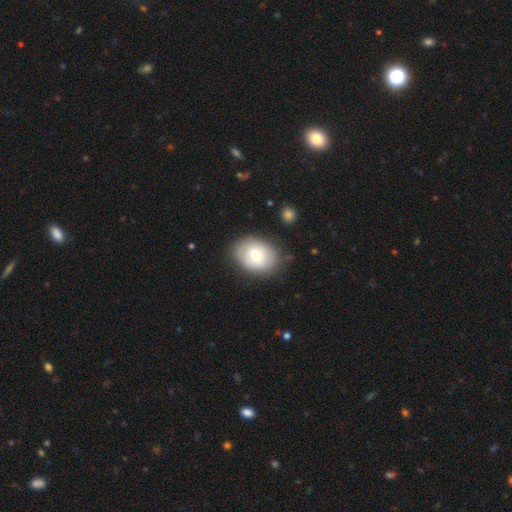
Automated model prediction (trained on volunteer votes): Smooth or featured? Predicted: smooth (p=0.69). How rounded? Predicted: in between (p=0.68). Merging? Predicted: none (p=0.79).